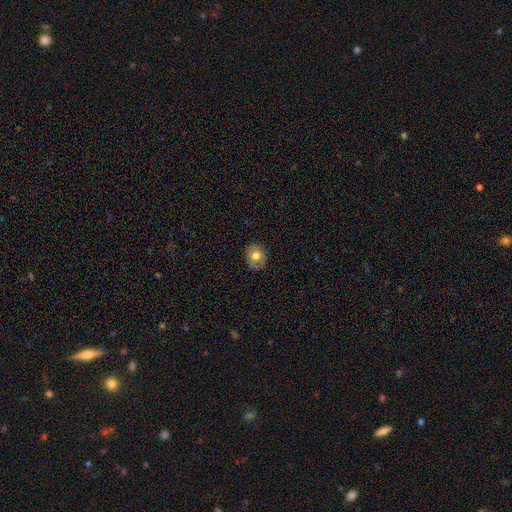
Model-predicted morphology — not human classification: Smooth or featured? smooth (73%)
How rounded? round (71%)
Merging? none (85%)